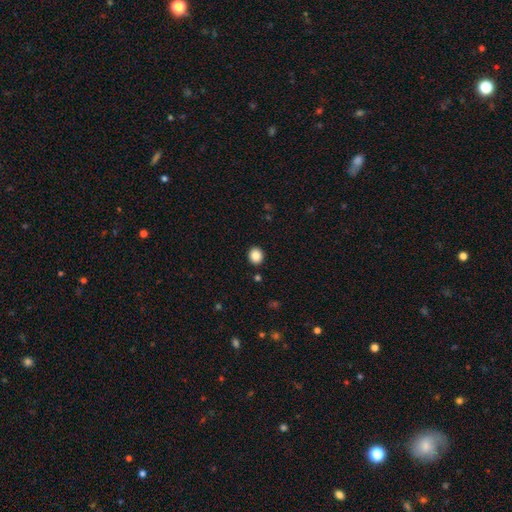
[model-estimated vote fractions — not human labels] Q: Smooth or featured?
A: smooth (87%); runner-up: star or artifact (9%)
Q: How rounded?
A: round (80%); runner-up: in between (20%)
Q: Merging?
A: none (91%); runner-up: minor disturbance (5%)